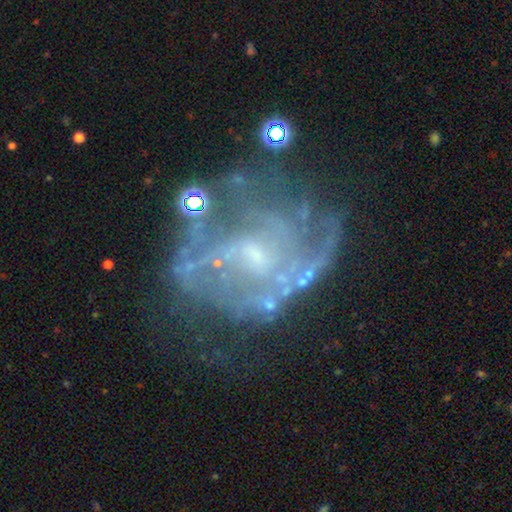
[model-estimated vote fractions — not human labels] Smooth or featured: featured or disk — 82% (star or artifact — 10%)
Edge-on disk: no — 98% (yes — 2%)
Bar: no — 53% (weak — 39%)
Spiral arms: yes — 77% (no — 23%)
Spiral winding: medium — 41% (tight — 37%)
Spiral arm count: can't tell — 41% (2 — 26%)
Bulge size: small — 58% (moderate — 23%)
Merging: none — 48% (major disturbance — 25%)